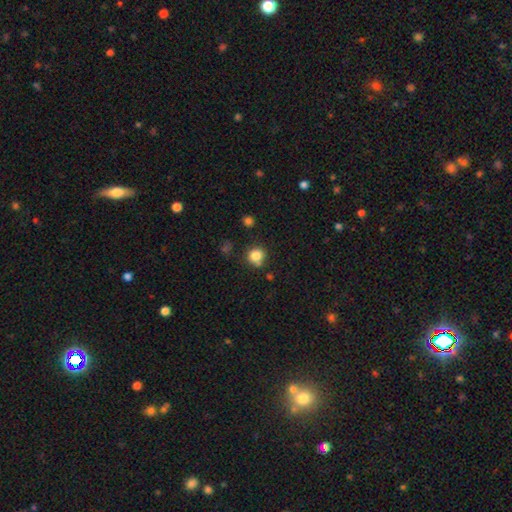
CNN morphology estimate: Overall: smooth (83%). How rounded: round (86%). Merging: none (72%).